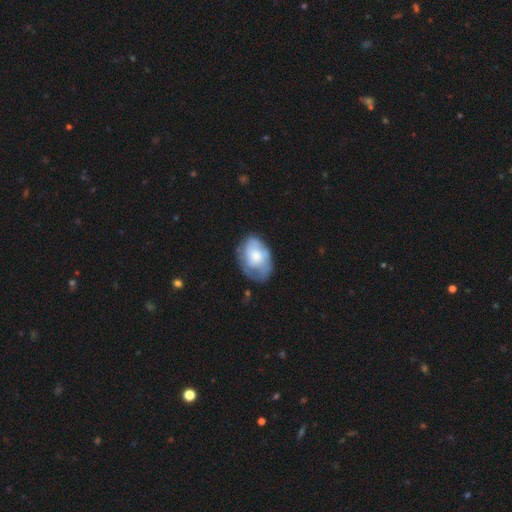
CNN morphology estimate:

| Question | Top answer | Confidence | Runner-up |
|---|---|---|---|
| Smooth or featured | smooth | 52% | featured or disk (42%) |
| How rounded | in between | 83% | round (16%) |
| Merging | none | 57% | minor disturbance (28%) |